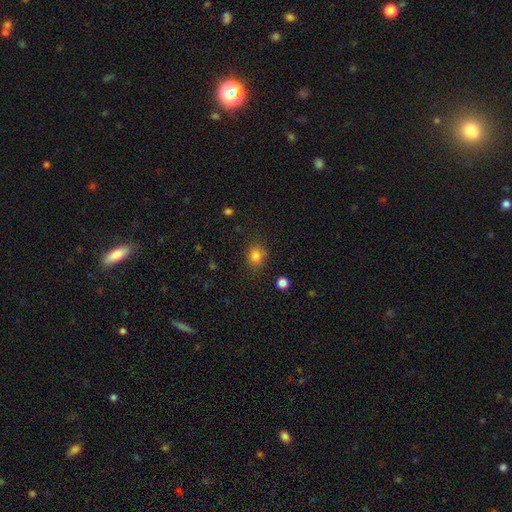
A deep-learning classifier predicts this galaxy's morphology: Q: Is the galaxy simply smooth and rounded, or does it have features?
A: smooth — 82%.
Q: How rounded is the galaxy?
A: round — 73%.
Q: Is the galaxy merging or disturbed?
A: none — 79%.